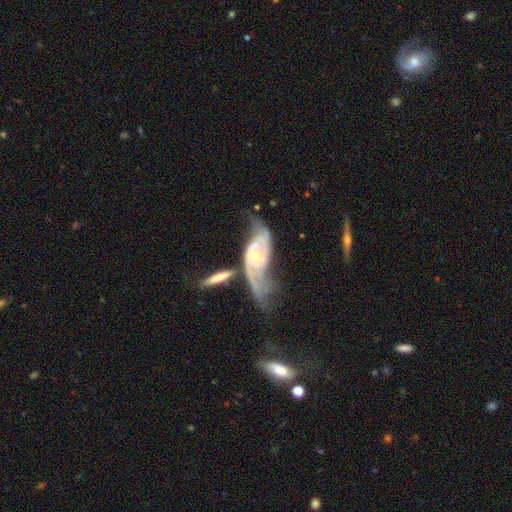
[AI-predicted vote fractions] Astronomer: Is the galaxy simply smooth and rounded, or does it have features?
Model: featured or disk — 86%.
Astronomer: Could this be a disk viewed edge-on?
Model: no — 90%.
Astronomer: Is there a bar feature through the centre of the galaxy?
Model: no — 47% (runner-up: weak, 39%).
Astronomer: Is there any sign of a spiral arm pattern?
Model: yes — 94%.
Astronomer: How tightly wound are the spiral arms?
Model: loose — 43% (runner-up: medium, 39%).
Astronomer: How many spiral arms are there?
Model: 2 — 84%.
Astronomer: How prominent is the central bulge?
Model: small — 66%.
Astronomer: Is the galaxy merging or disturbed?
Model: none — 32% (runner-up: merger, 25%).